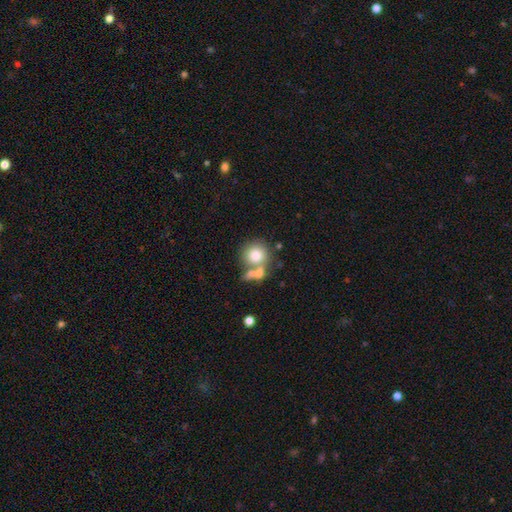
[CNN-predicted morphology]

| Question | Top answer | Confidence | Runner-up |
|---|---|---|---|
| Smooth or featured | smooth | 75% | featured or disk (16%) |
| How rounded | round | 86% | in between (13%) |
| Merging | none | 46% | merger (36%) |